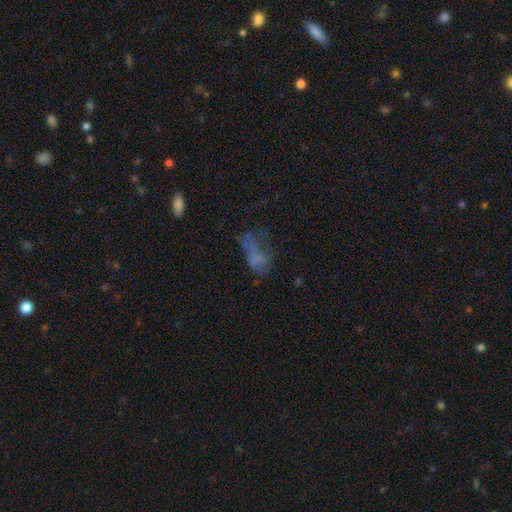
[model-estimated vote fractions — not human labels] Morphology: type=smooth (39%); merging=major disturbance (39%).